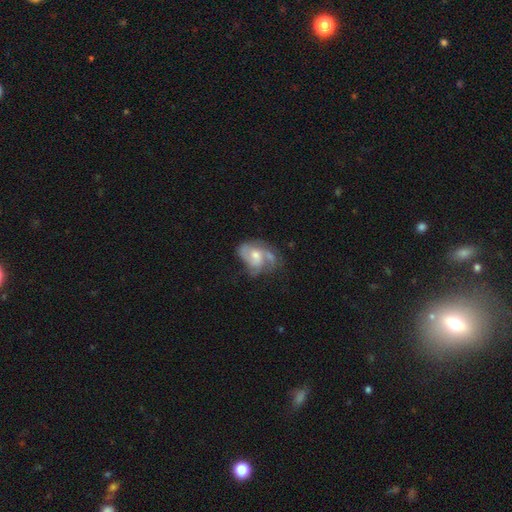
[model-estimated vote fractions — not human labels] Smooth or featured?
  - featured or disk: 76% *
  - smooth: 16%
  - star or artifact: 7%
Edge-on disk?
  - no: 97% *
  - yes: 3%
Bar?
  - no: 61% *
  - weak: 32%
  - strong: 7%
Spiral arms?
  - yes: 87% *
  - no: 13%
Spiral winding?
  - medium: 47% *
  - tight: 30%
  - loose: 23%
Spiral arm count?
  - 2: 38% *
  - 3: 28%
  - can't tell: 20%
  - 1: 6%
  - 4: 5%
  - more than 4: 3%
Bulge size?
  - moderate: 59% *
  - small: 31%
  - large: 5%
  - none: 4%
  - dominant: 1%
Merging?
  - none: 45% *
  - minor disturbance: 25%
  - major disturbance: 23%
  - merger: 6%